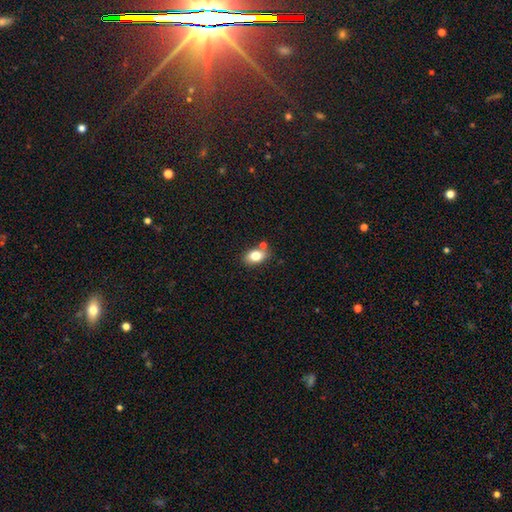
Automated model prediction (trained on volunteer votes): Smooth or featured?
  - smooth: 80% *
  - featured or disk: 11%
  - star or artifact: 10%
How rounded?
  - in between: 77% *
  - round: 22%
  - cigar-shaped: 2%
Merging?
  - none: 72% *
  - minor disturbance: 13%
  - merger: 12%
  - major disturbance: 3%